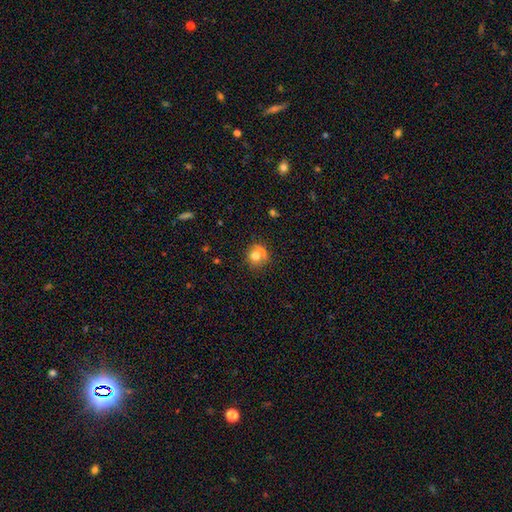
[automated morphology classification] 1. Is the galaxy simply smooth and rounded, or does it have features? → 70% smooth, 17% featured or disk, 12% star or artifact.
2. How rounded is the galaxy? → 83% round, 16% in between, 1% cigar-shaped.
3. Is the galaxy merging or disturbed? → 49% none, 31% merger, 13% minor disturbance, 6% major disturbance.